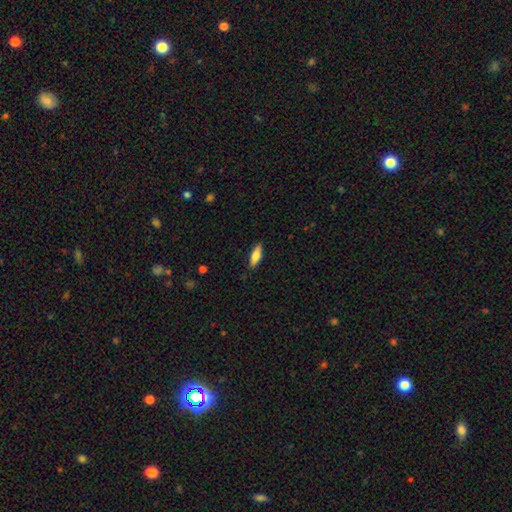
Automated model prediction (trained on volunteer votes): This appears to be a smooth galaxy with no disk features (73%) that is in between round and cigar-shaped (57%). Merging: none (88%).